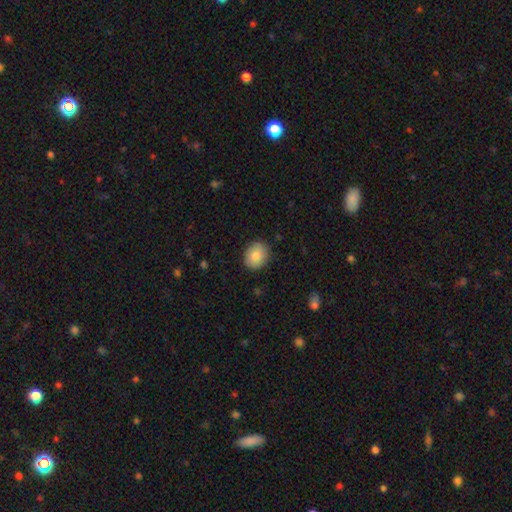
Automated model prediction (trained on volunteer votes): Q: Smooth or featured?
A: smooth (85%); runner-up: featured or disk (8%)
Q: How rounded?
A: round (58%); runner-up: in between (41%)
Q: Merging?
A: none (88%); runner-up: minor disturbance (9%)